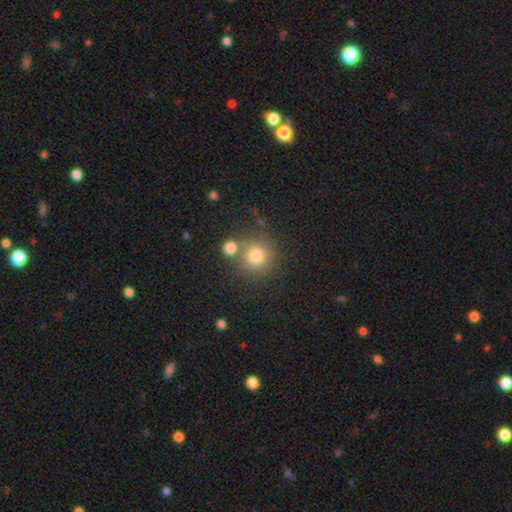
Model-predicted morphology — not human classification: Smooth or featured? smooth (77%)
How rounded? round (92%)
Merging? none (67%)